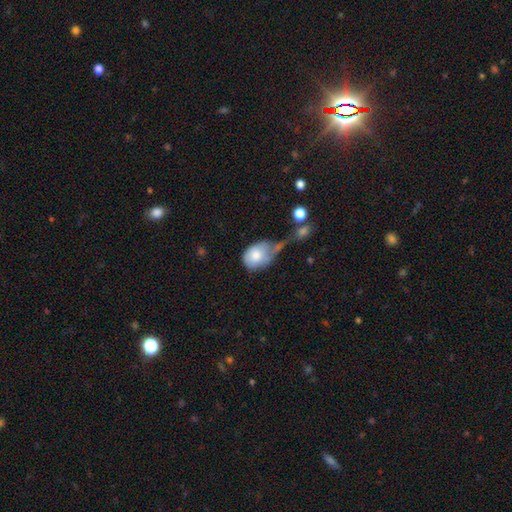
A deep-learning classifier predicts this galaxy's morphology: Overall: smooth (75%). How rounded: in between (65%; round 34%). Merging: major disturbance (30%, tied with merger).